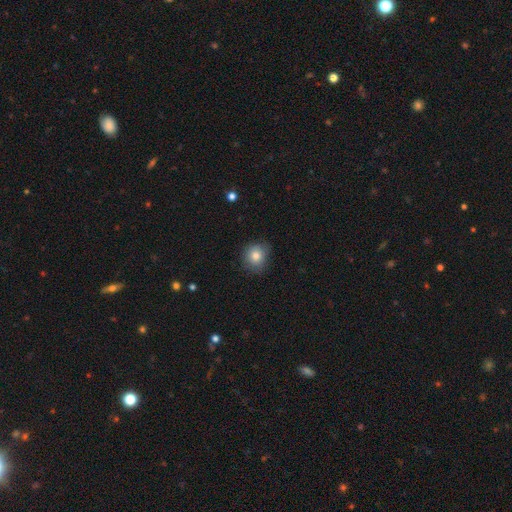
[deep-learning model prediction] Smooth or featured? Predicted: smooth (p=0.82). How rounded? Predicted: round (p=0.82). Merging? Predicted: none (p=0.79).